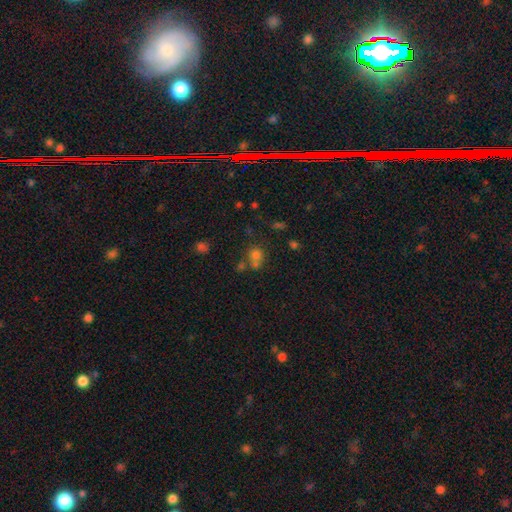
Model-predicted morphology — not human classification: smooth 69%, star or artifact 20%, featured or disk 11%. Down the decision tree: how rounded — round (72%); merging — none (45%).